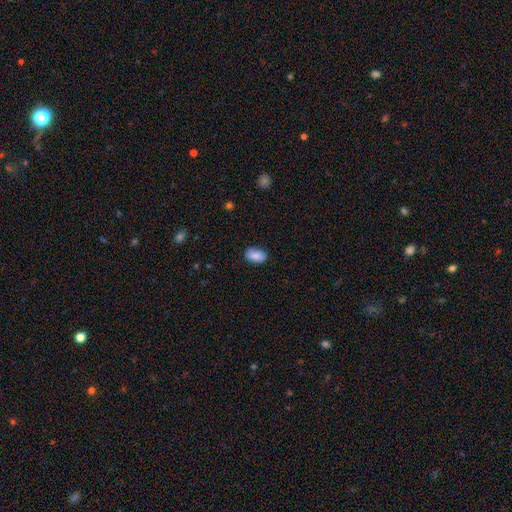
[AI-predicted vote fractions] smooth-or-featured: smooth: 86% | star or artifact: 7% | featured or disk: 7%
  how-rounded: in between: 91% | round: 8% | cigar-shaped: 1%
  merging: none: 83% | minor disturbance: 14% | major disturbance: 2% | merger: 1%